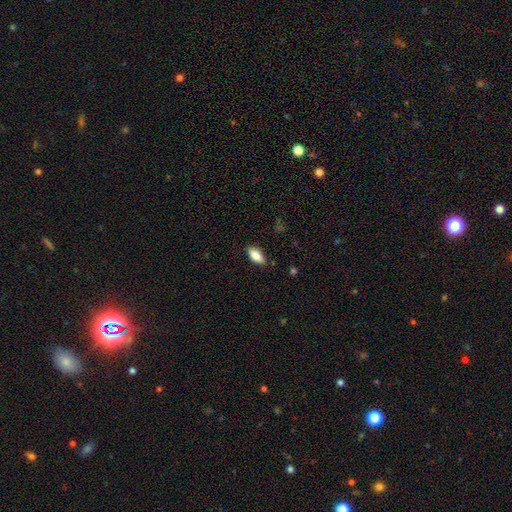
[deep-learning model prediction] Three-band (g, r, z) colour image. It shows a smooth galaxy with no disk features (81%) that is in between round and cigar-shaped (87%). Merging: none (87%).